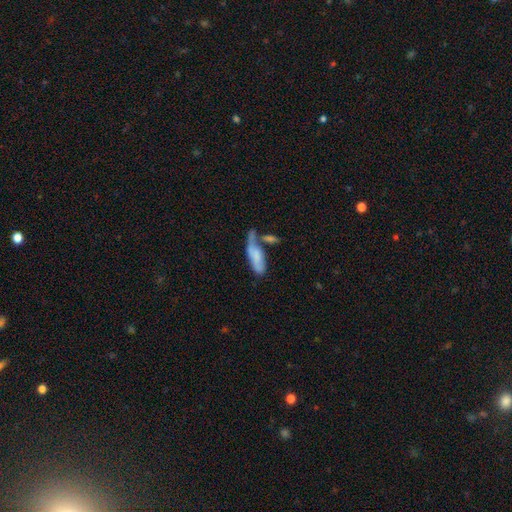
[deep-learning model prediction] Q: Smooth or featured?
A: smooth (64%); runner-up: featured or disk (29%)
Q: How rounded?
A: in between (64%); runner-up: cigar-shaped (34%)
Q: Merging?
A: merger (37%); runner-up: none (23%)